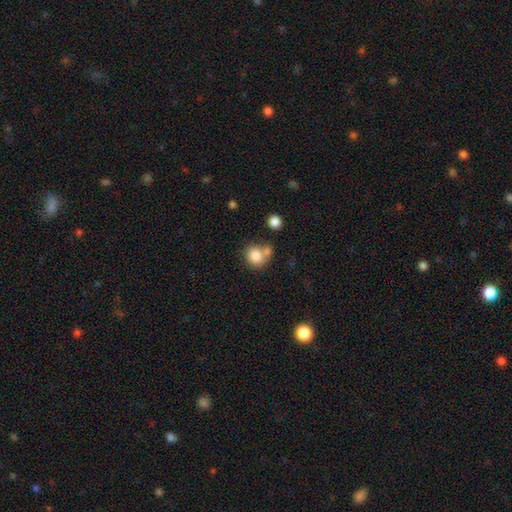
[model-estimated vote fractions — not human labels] This appears to be a smooth galaxy with no disk features (81%) that is round (78%). Merging: none (51%).